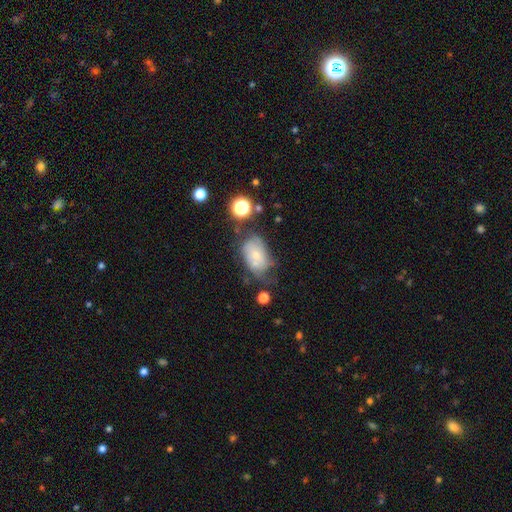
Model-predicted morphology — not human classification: Overall: smooth (56%; featured or disk 33%). How rounded: in between (84%). Merging: none (35%; minor disturbance 31%).